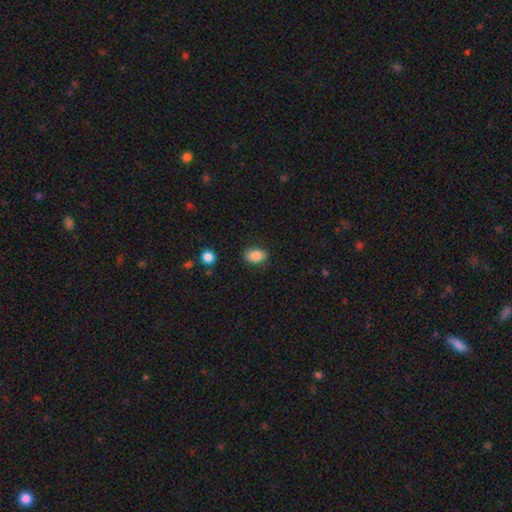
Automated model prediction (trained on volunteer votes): Overall: smooth (84%). How rounded: in between (84%). Merging: none (85%).